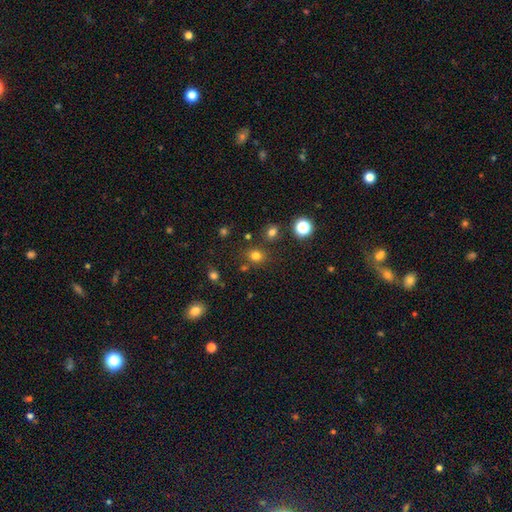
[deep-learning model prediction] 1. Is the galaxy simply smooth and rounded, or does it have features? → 76% smooth, 18% star or artifact, 6% featured or disk.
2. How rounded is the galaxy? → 75% round, 24% in between, 1% cigar-shaped.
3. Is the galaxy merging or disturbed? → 79% none, 10% minor disturbance, 7% merger, 4% major disturbance.